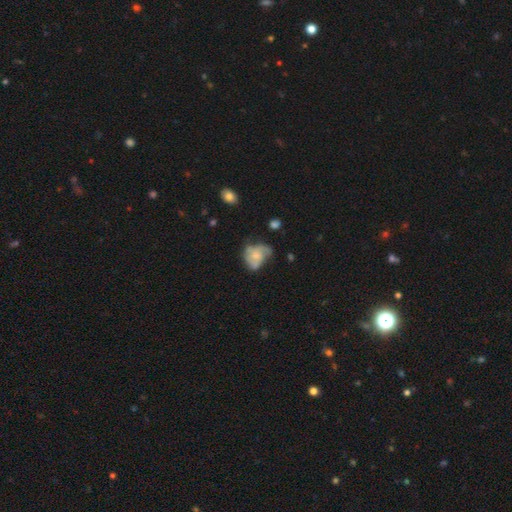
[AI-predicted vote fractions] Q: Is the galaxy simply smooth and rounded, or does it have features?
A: featured or disk — 54%.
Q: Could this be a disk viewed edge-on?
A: no — 97%.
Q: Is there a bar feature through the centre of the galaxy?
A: no — 78%.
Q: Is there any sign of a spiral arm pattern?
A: yes — 70%.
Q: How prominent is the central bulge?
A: small — 46%.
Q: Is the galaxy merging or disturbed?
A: none — 35%.